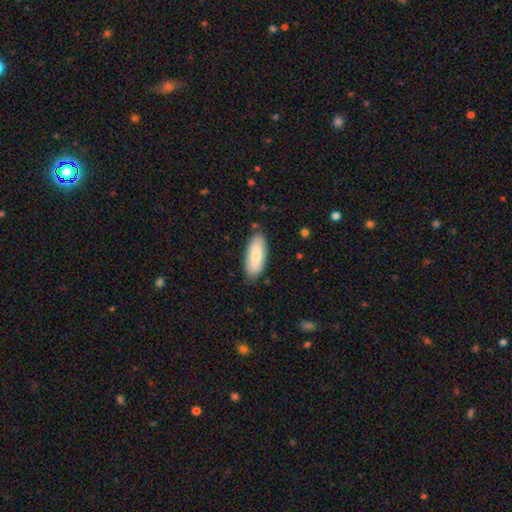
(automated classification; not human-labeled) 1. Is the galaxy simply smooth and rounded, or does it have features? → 76% smooth, 19% featured or disk, 6% star or artifact.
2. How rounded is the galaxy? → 78% in between, 20% cigar-shaped, 2% round.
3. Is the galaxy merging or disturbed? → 84% none, 12% minor disturbance, 2% major disturbance, 2% merger.